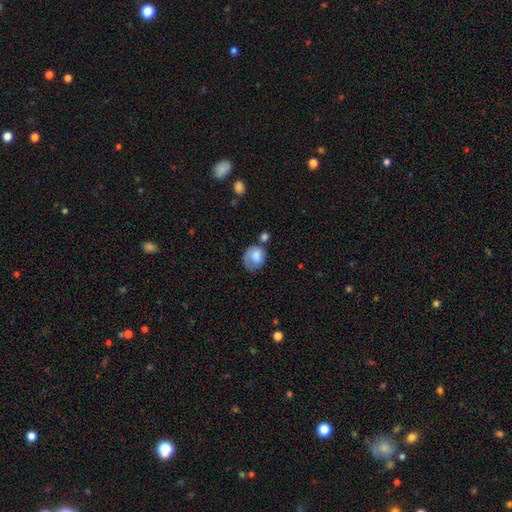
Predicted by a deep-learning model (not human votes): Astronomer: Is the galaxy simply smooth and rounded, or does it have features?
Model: smooth — 73%.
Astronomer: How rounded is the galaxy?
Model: round — 59% (runner-up: in between, 40%).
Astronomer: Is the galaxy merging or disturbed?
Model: none — 40% (runner-up: minor disturbance, 29%).